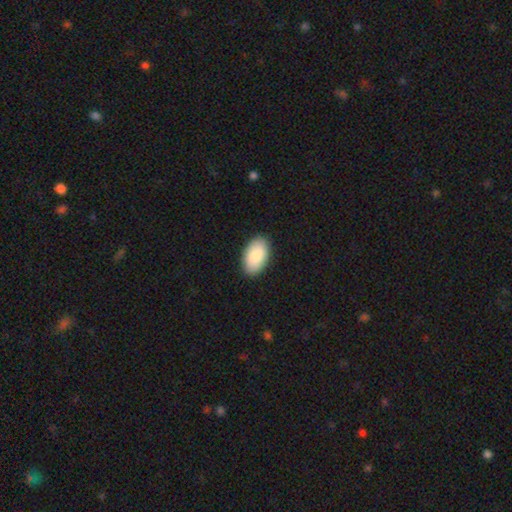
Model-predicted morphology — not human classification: The model was most divided on "merging": none: 89%, minor disturbance: 8%, major disturbance: 2%, merger: 1%. More confident: how rounded — in between (95%); smooth or featured — smooth (88%).